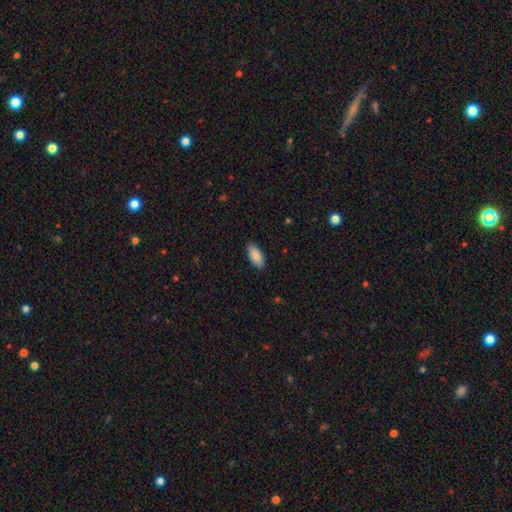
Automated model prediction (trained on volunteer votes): The model was most divided on "merging": none: 88%, minor disturbance: 9%, major disturbance: 2%, merger: 1%. More confident: how rounded — in between (90%); smooth or featured — smooth (89%).